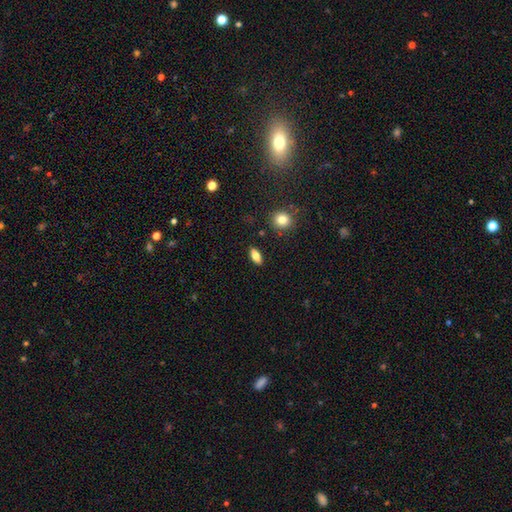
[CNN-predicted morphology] A smooth galaxy with no disk features (79%) that is in between round and cigar-shaped (83%).

Vote fractions:
- Smooth or featured? smooth: 79% / featured or disk: 13% / star or artifact: 8%
- How rounded? in between: 83% / cigar-shaped: 12% / round: 5%
- Merging? none: 88% / minor disturbance: 8% / major disturbance: 2% / merger: 2%